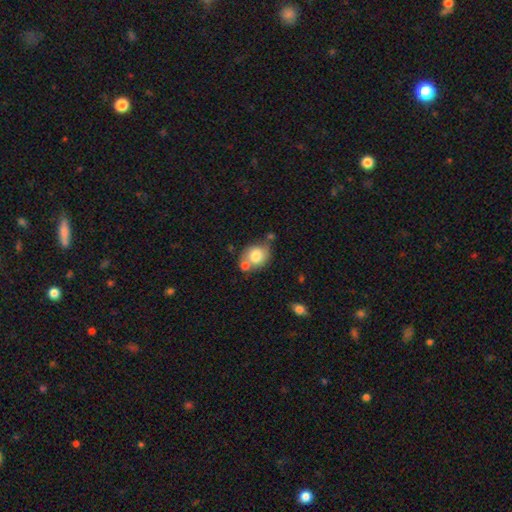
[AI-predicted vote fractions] Smooth or featured: smooth — 77% (featured or disk — 15%)
How rounded: round — 61% (in between — 38%)
Merging: none — 52% (merger — 26%)